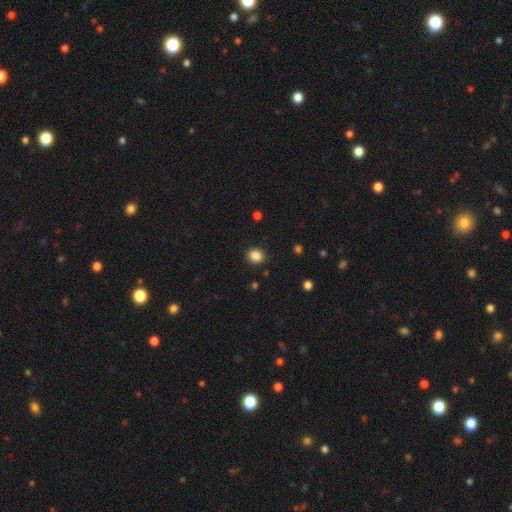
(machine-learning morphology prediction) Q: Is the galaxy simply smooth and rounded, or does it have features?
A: smooth — 86%.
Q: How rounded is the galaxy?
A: round — 81%.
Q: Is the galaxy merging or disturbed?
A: none — 90%.